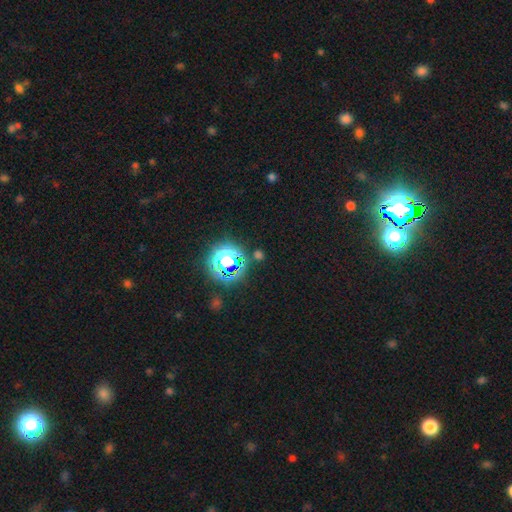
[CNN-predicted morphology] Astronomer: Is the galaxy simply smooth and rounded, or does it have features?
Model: star or artifact — 72%.